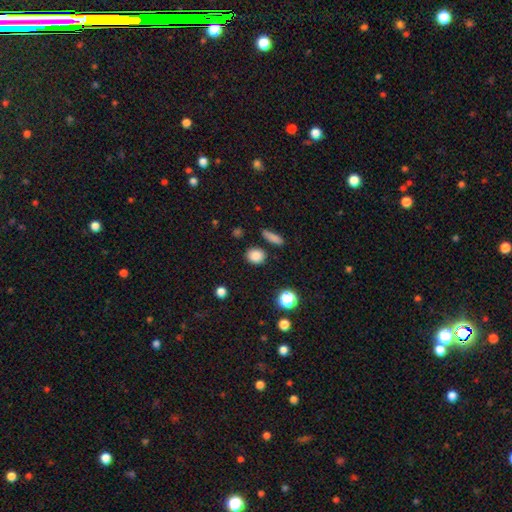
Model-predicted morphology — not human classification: smooth_or_featured: smooth (p=0.84) [alt: star or artifact p=0.11]
how_rounded: round (p=0.66) [alt: in between p=0.32]
merging: none (p=0.85) [alt: minor disturbance p=0.09]